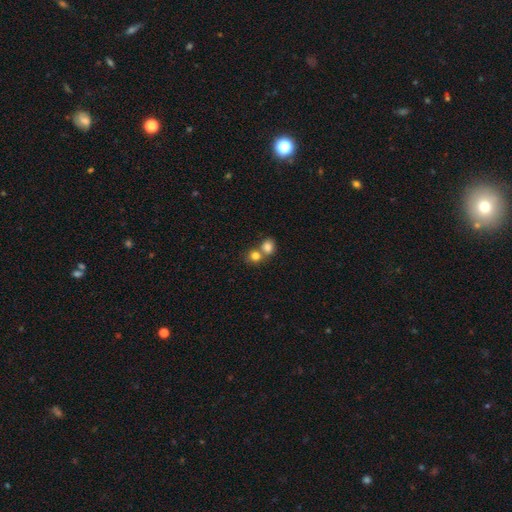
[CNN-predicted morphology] A smooth galaxy with no disk features (81%) that is round (76%).

Vote fractions:
- Smooth or featured? smooth: 81% / star or artifact: 11% / featured or disk: 8%
- How rounded? round: 76% / in between: 23% / cigar-shaped: 1%
- Merging? merger: 52% / none: 40% / minor disturbance: 6% / major disturbance: 2%